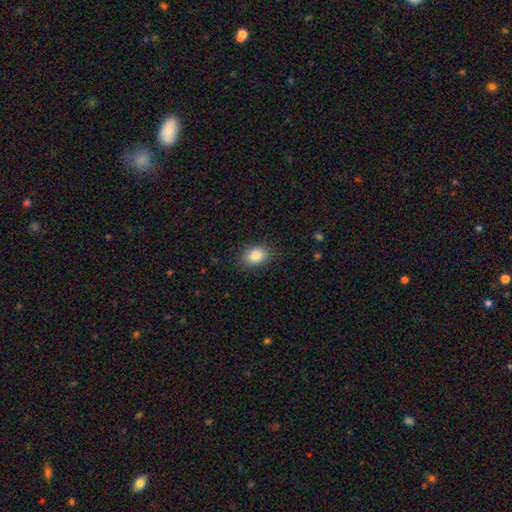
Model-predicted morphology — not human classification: Smooth or featured?
  - smooth: 84% *
  - star or artifact: 9%
  - featured or disk: 7%
How rounded?
  - in between: 73% *
  - round: 26%
  - cigar-shaped: 1%
Merging?
  - none: 85% *
  - minor disturbance: 11%
  - major disturbance: 3%
  - merger: 1%